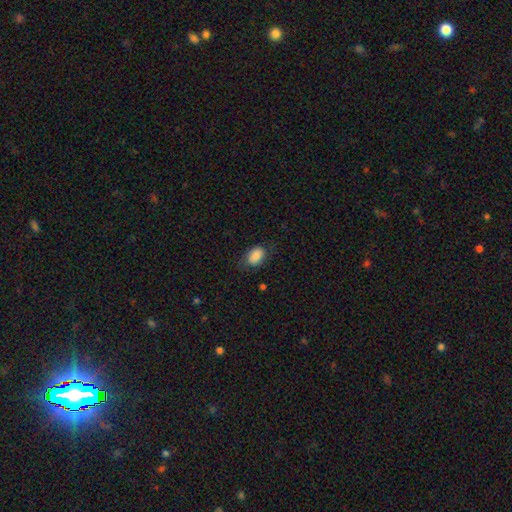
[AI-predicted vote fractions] Smooth or featured?
  - smooth: 85% *
  - featured or disk: 8%
  - star or artifact: 7%
How rounded?
  - in between: 82% *
  - round: 16%
  - cigar-shaped: 1%
Merging?
  - none: 73% *
  - minor disturbance: 20%
  - major disturbance: 6%
  - merger: 1%